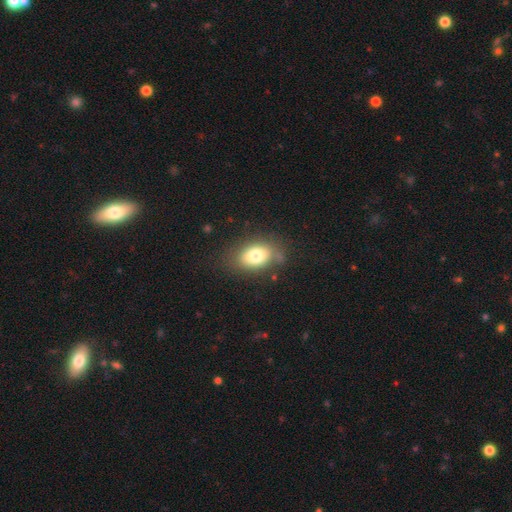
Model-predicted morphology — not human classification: Smooth or featured?
  - smooth: 77% *
  - featured or disk: 13%
  - star or artifact: 9%
How rounded?
  - in between: 82% *
  - round: 17%
  - cigar-shaped: 2%
Merging?
  - none: 74% *
  - minor disturbance: 17%
  - major disturbance: 6%
  - merger: 3%